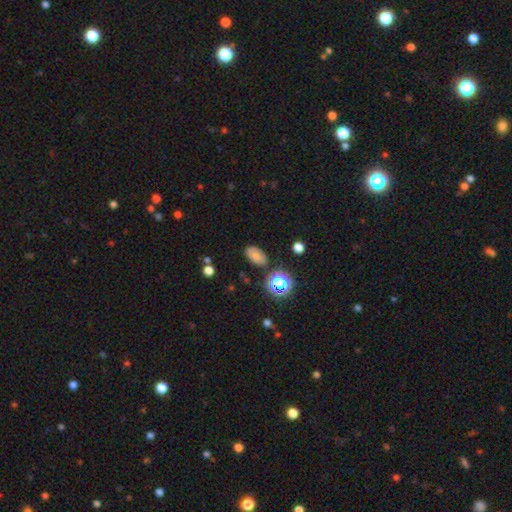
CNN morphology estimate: smooth 72%, star or artifact 18%, featured or disk 10%. Down the decision tree: how rounded — in between (89%); merging — none (81%).